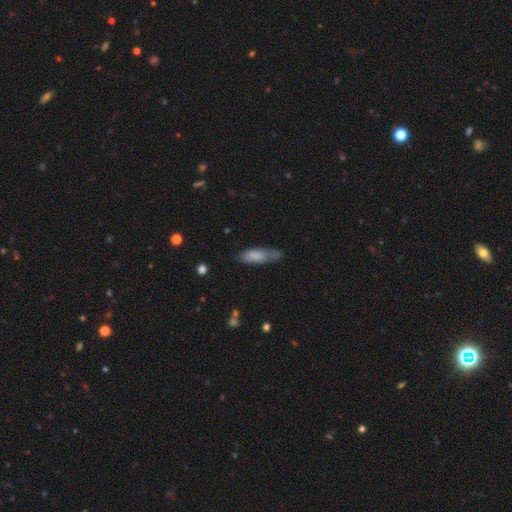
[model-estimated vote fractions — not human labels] This appears to be a smooth galaxy with no disk features (78%) that is in between round and cigar-shaped (51%). Merging: none (53%).